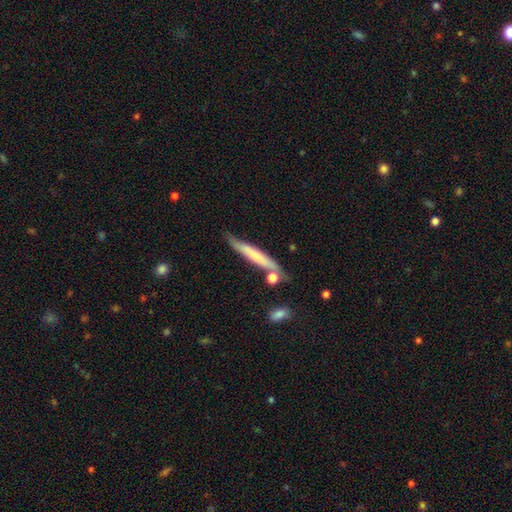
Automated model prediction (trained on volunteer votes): Smooth or featured? Predicted: smooth (p=0.55). How rounded? Predicted: cigar-shaped (p=0.94). Merging? Predicted: none (p=0.69).